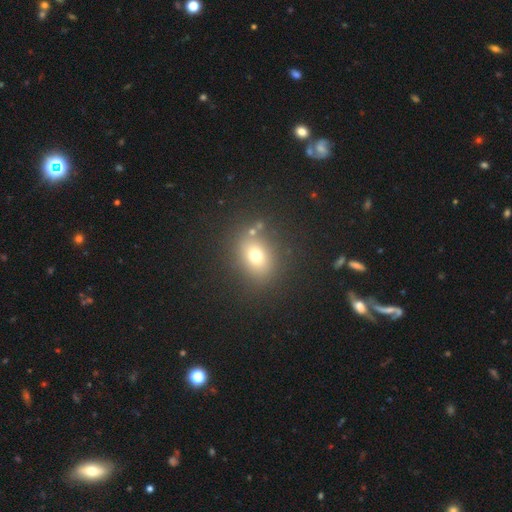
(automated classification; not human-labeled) Smooth or featured: smooth — 71% (star or artifact — 16%)
How rounded: in between — 52% (round — 46%)
Merging: none — 80% (minor disturbance — 10%)